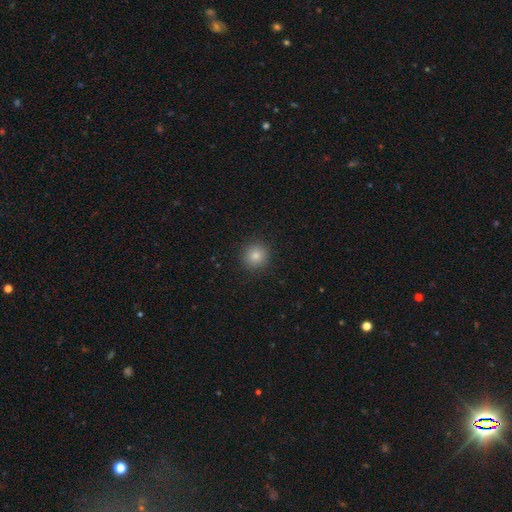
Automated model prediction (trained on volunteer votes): This appears to be a smooth galaxy with no disk features (83%) that is round (93%). Merging: none (91%).